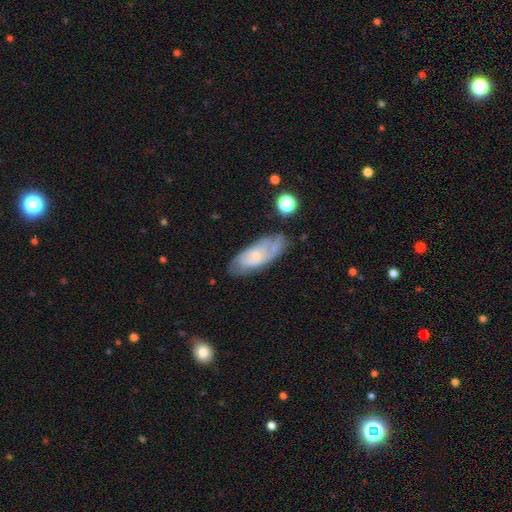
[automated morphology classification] Q: Smooth or featured?
A: featured or disk (53%); runner-up: smooth (39%)
Q: Edge-on disk?
A: no (85%); runner-up: yes (15%)
Q: Merging?
A: none (66%); runner-up: minor disturbance (23%)